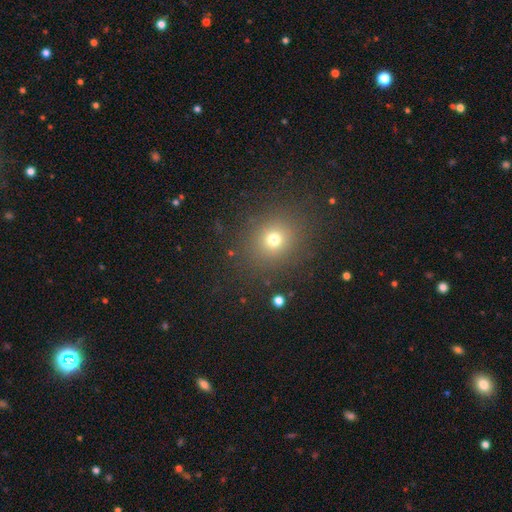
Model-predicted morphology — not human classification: Q: Smooth or featured?
A: smooth (59%); runner-up: star or artifact (34%)
Q: How rounded?
A: round (80%); runner-up: in between (18%)
Q: Merging?
A: none (90%); runner-up: minor disturbance (6%)